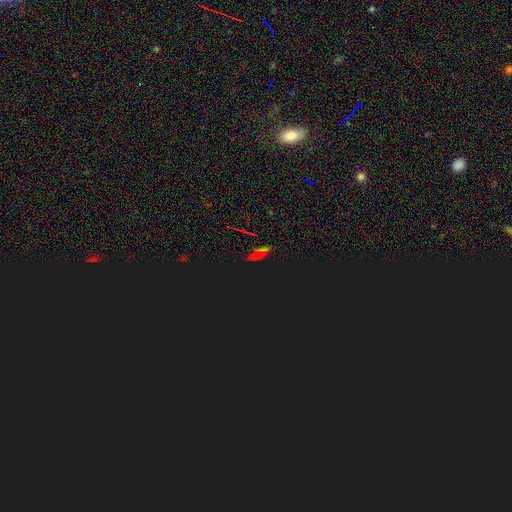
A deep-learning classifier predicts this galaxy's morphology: Smooth or featured? Predicted: star or artifact (p=0.68).